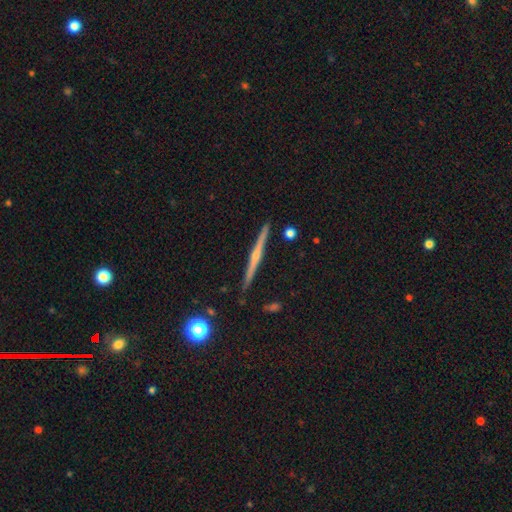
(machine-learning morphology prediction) smooth-or-featured: featured or disk: 78% | smooth: 15% | star or artifact: 6%
  disk-edge-on: yes: 98% | no: 2%
    edge-on-bulge: rounded: 77% | none: 18% | boxy: 5%
  merging: none: 91% | minor disturbance: 6% | merger: 1% | major disturbance: 1%